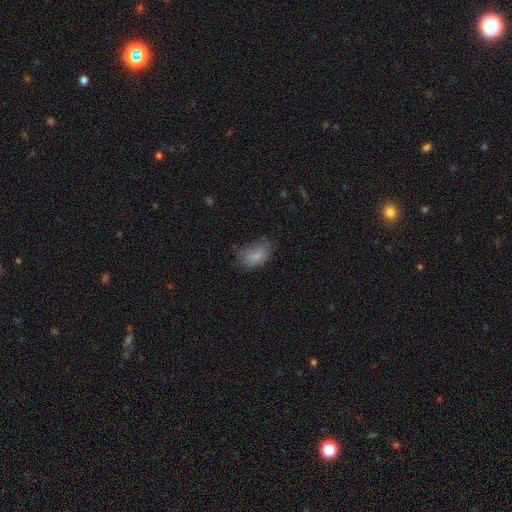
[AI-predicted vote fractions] The model was most divided on "merging": none: 49%, minor disturbance: 33%, major disturbance: 16%, merger: 2%. More confident: how rounded — in between (89%); smooth or featured — smooth (79%).